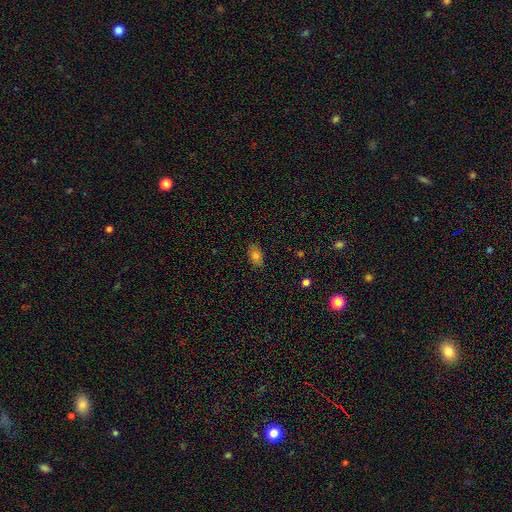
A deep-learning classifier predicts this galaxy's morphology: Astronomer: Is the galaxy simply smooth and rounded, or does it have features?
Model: smooth — 79%.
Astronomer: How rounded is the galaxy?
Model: in between — 88%.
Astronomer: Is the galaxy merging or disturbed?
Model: none — 85%.